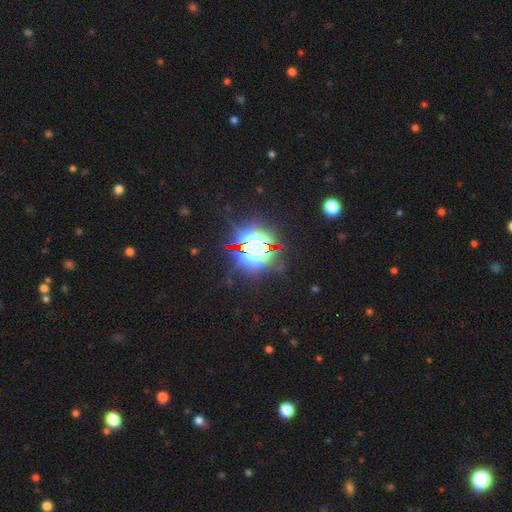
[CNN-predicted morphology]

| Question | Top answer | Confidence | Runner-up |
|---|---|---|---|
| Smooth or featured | star or artifact | 83% | smooth (9%) |